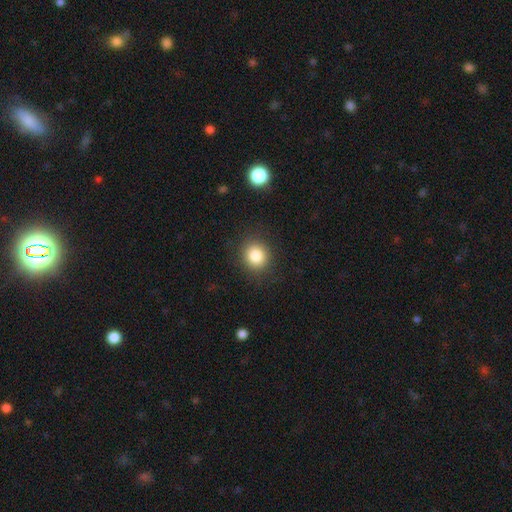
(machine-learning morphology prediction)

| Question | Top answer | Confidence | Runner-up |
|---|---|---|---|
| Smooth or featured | smooth | 84% | star or artifact (11%) |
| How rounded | round | 84% | in between (15%) |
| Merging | none | 88% | minor disturbance (8%) |